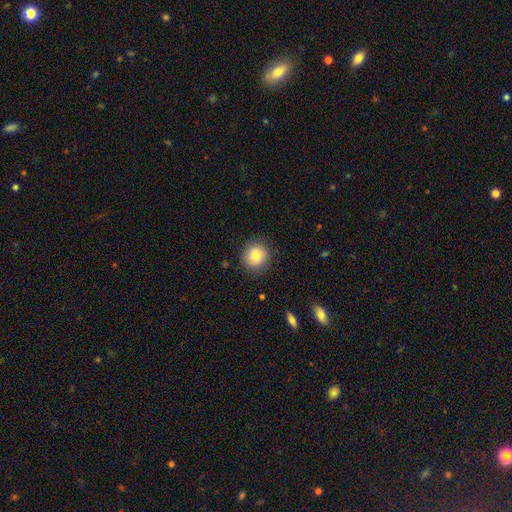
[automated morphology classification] The model was most divided on "smooth or featured": smooth: 82%, star or artifact: 9%, featured or disk: 9%. More confident: how rounded — round (89%); merging — none (88%).